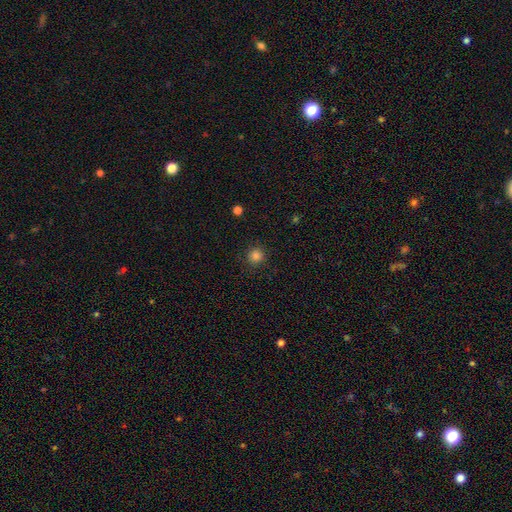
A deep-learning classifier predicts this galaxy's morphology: Smooth or featured? smooth (83%)
How rounded? round (95%)
Merging? none (91%)